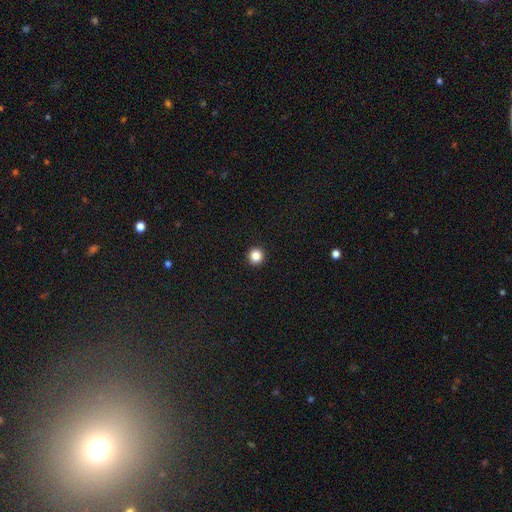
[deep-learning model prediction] Q: Smooth or featured?
A: smooth (85%); runner-up: star or artifact (11%)
Q: How rounded?
A: round (96%); runner-up: in between (3%)
Q: Merging?
A: none (94%); runner-up: minor disturbance (4%)